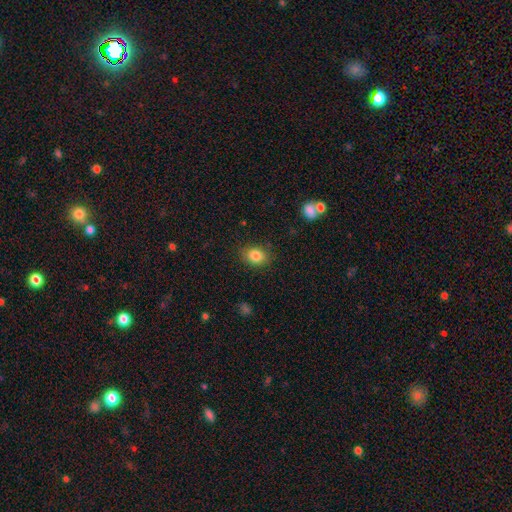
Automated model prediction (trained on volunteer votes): This is clearly a smooth galaxy (84%). How rounded: possibly in between (55%). Merging: clearly none (83%).